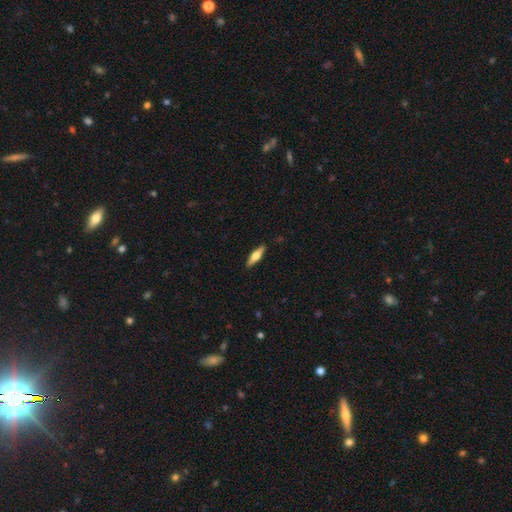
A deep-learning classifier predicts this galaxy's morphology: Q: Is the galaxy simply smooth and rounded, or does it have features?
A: featured or disk — 48%.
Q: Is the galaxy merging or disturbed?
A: none — 90%.